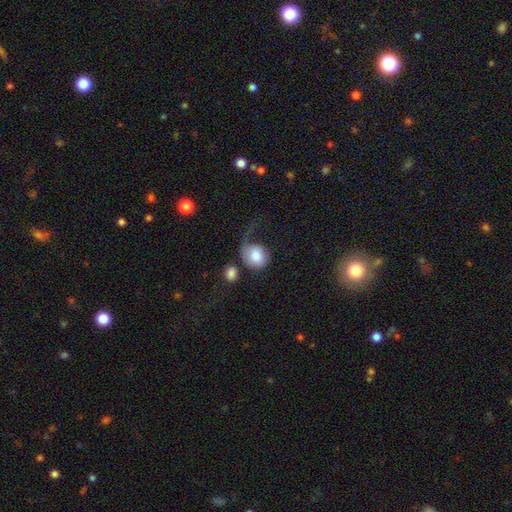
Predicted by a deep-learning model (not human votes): This appears to be a smooth galaxy with no disk features (76%) that is round (63%). Merging: major disturbance (43%).